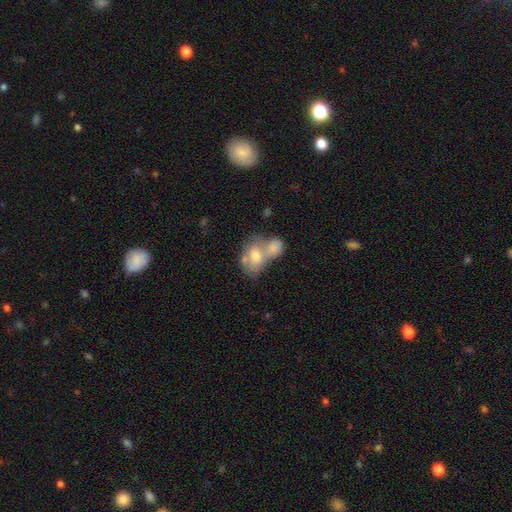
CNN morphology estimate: A smooth galaxy with no disk features (61%) that is in between round and cigar-shaped (68%).

Vote fractions:
- Smooth or featured? smooth: 61% / featured or disk: 28% / star or artifact: 11%
- How rounded? in between: 68% / round: 30% / cigar-shaped: 2%
- Merging? merger: 64% / none: 22% / minor disturbance: 9% / major disturbance: 5%